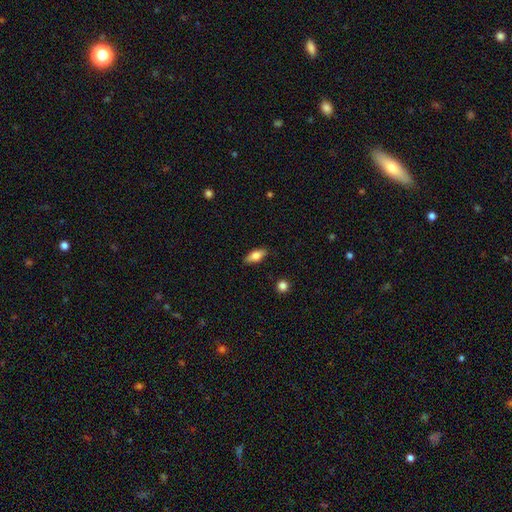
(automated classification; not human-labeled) smooth_or_featured: smooth (p=0.72) [alt: featured or disk p=0.22]
how_rounded: in between (p=0.79) [alt: cigar-shaped p=0.18]
merging: none (p=0.86) [alt: minor disturbance p=0.10]